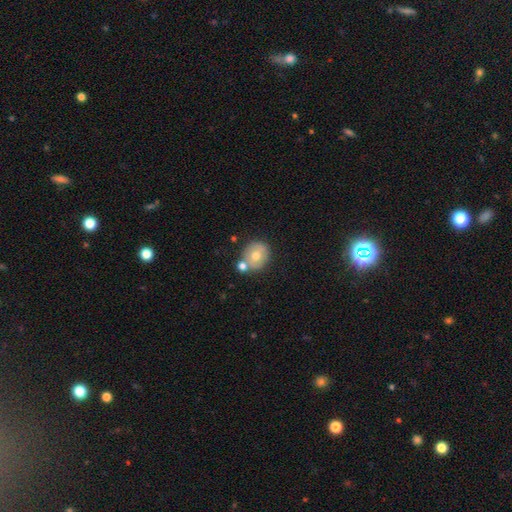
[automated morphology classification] Smooth or featured? Predicted: smooth (p=0.63). How rounded? Predicted: round (p=0.70). Merging? Predicted: none (p=0.57).